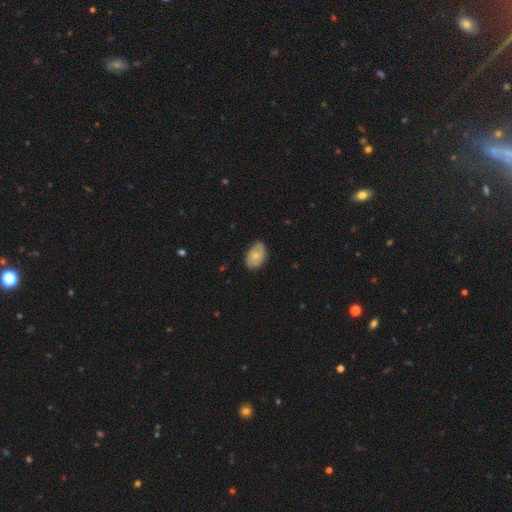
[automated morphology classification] The model was most divided on "smooth or featured": smooth: 56%, featured or disk: 38%, star or artifact: 6%. More confident: how rounded — in between (88%); merging — none (71%).